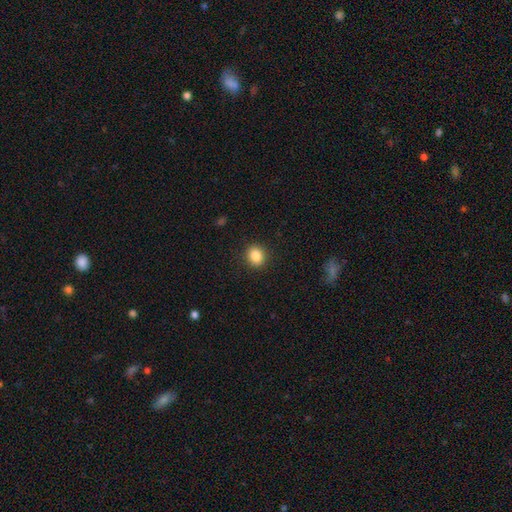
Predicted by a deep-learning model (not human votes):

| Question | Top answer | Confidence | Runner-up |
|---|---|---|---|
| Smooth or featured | smooth | 86% | star or artifact (10%) |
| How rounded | round | 66% | in between (33%) |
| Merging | none | 90% | minor disturbance (7%) |